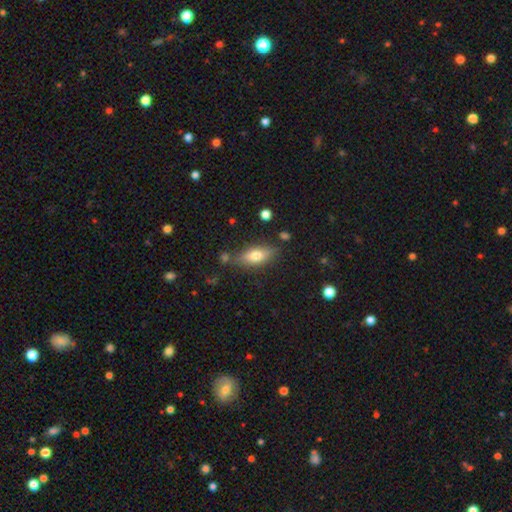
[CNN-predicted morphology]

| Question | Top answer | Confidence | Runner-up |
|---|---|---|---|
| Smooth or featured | smooth | 70% | featured or disk (22%) |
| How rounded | in between | 77% | cigar-shaped (20%) |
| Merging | none | 75% | minor disturbance (15%) |